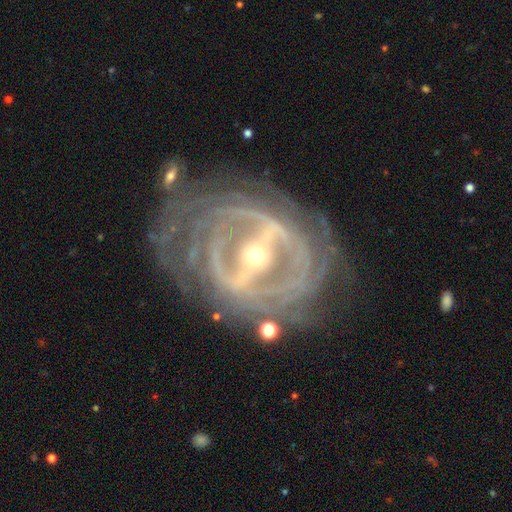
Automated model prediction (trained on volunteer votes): smooth_or_featured: featured or disk (p=0.90) [alt: star or artifact p=0.05]
disk_edge_on: no (p=0.93) [alt: yes p=0.07]
bar: strong (p=0.78) [alt: weak p=0.16]
has_spiral_arms: yes (p=0.83) [alt: no p=0.17]
spiral_winding: tight (p=0.70) [alt: medium p=0.22]
spiral_arm_count: can't tell (p=0.41) [alt: 2 p=0.22]
bulge_size: small (p=0.56) [alt: moderate p=0.40]
merging: none (p=0.69) [alt: minor disturbance p=0.16]